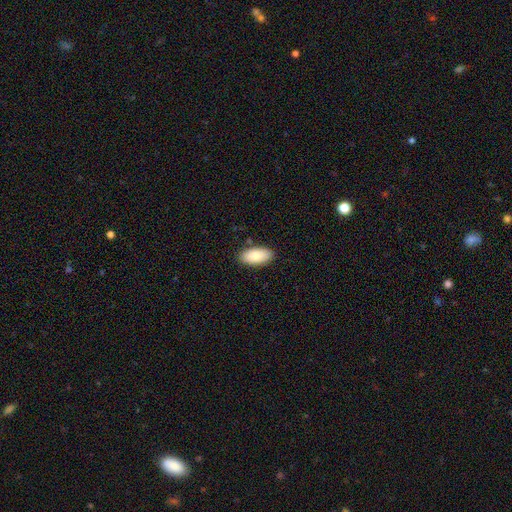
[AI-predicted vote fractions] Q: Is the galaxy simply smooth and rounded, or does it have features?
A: smooth — 84%.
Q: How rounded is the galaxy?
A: in between — 94%.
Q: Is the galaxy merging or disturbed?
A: none — 86%.